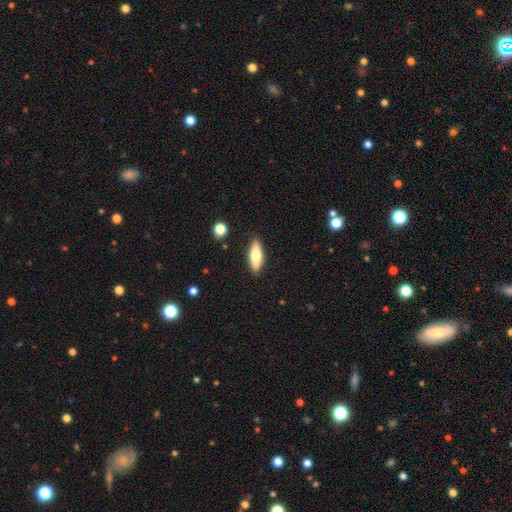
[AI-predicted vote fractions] The model was most divided on "how rounded": in between: 51%, cigar-shaped: 47%, round: 2%. More confident: merging — none (87%); smooth or featured — smooth (65%).